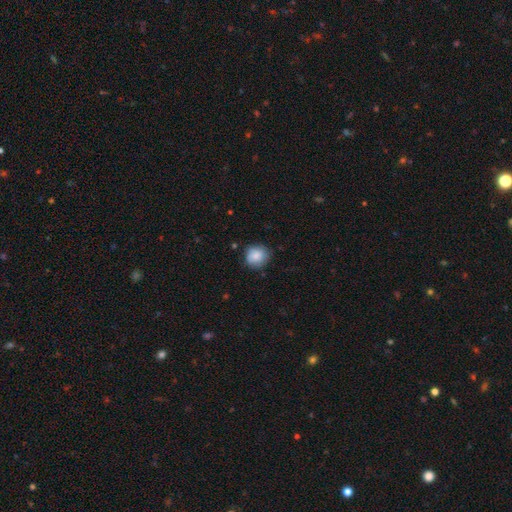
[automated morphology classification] smooth 85%, star or artifact 8%, featured or disk 7%. Down the decision tree: how rounded — round (87%); merging — none (77%).